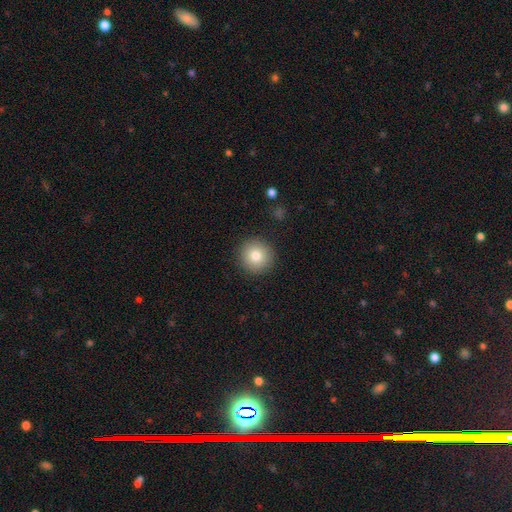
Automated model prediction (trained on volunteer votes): Smooth or featured? smooth (81%)
How rounded? round (95%)
Merging? none (91%)